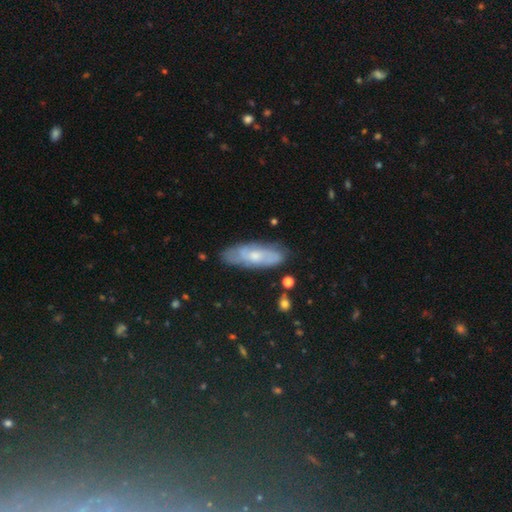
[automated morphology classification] Smooth or featured?
  - featured or disk: 53% *
  - smooth: 41%
  - star or artifact: 6%
Edge-on disk?
  - no: 80% *
  - yes: 20%
Merging?
  - none: 74% *
  - minor disturbance: 19%
  - major disturbance: 5%
  - merger: 2%